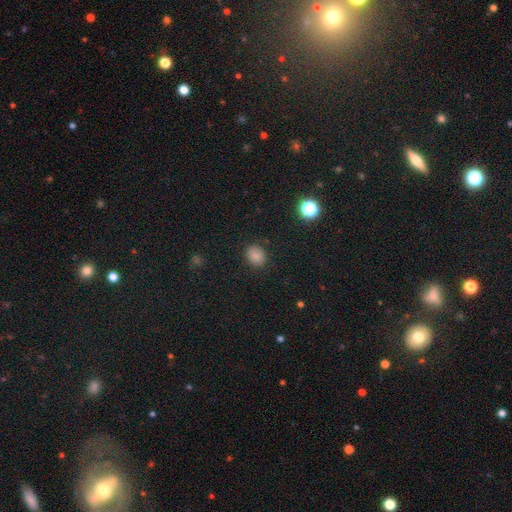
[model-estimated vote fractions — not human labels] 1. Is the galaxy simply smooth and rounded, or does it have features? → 82% smooth, 13% star or artifact, 4% featured or disk.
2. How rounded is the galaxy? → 58% round, 41% in between, 1% cigar-shaped.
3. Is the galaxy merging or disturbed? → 87% none, 9% minor disturbance, 3% major disturbance, 1% merger.